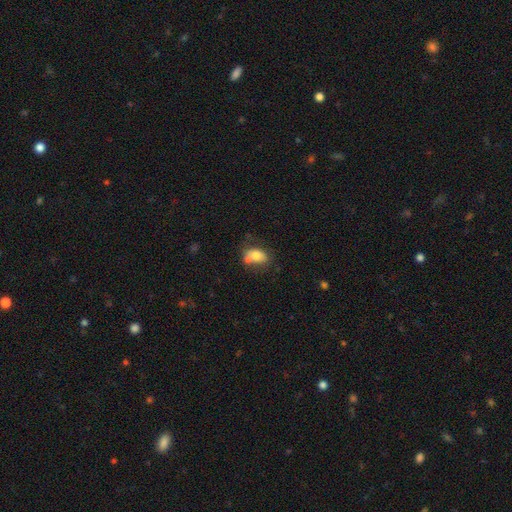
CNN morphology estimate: smooth 74%, featured or disk 17%, star or artifact 9%. Down the decision tree: how rounded — in between (79%); merging — none (46%).